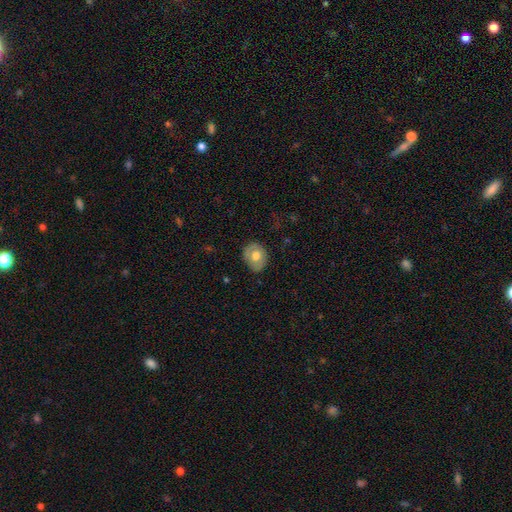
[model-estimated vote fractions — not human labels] smooth 61%, featured or disk 32%, star or artifact 7%. Down the decision tree: how rounded — round (55%); merging — none (78%).